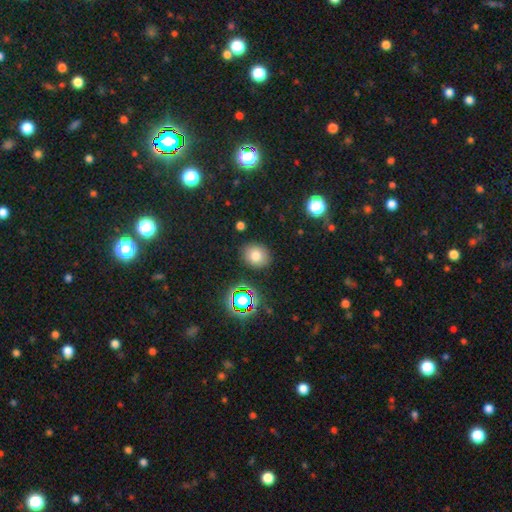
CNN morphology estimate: Smooth or featured: smooth — 76% (star or artifact — 16%)
How rounded: round — 60% (in between — 39%)
Merging: none — 85% (minor disturbance — 10%)